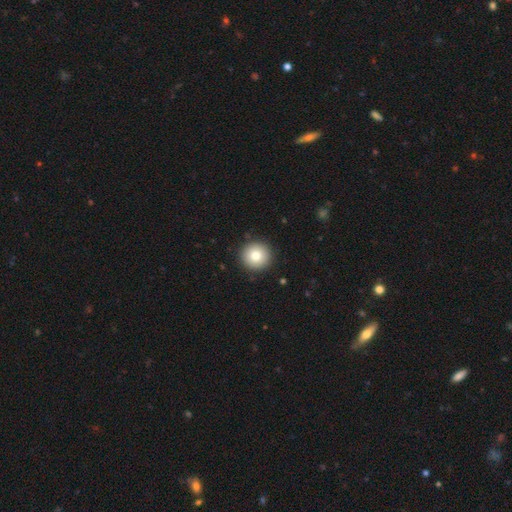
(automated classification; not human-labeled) Smooth or featured? Predicted: smooth (p=0.80). How rounded? Predicted: round (p=0.95). Merging? Predicted: none (p=0.92).